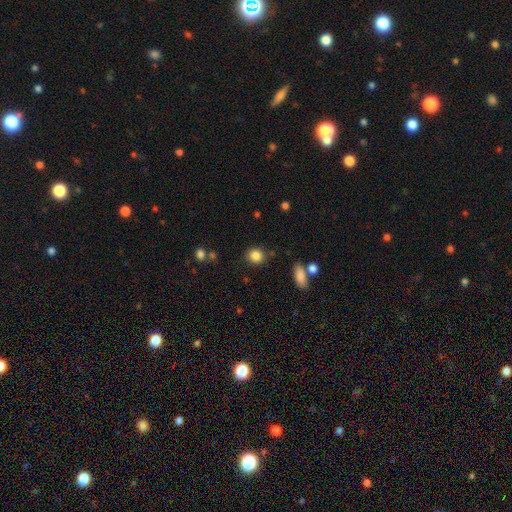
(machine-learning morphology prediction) Smooth or featured: smooth — 86% (star or artifact — 10%)
How rounded: round — 84% (in between — 14%)
Merging: none — 84% (minor disturbance — 10%)